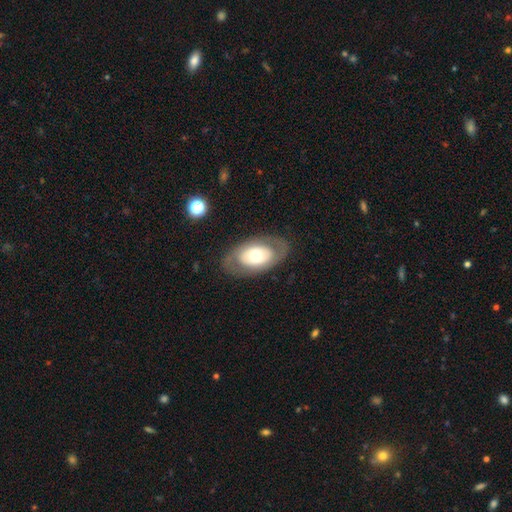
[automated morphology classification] A featured or disk galaxy (50%). Merging: none (80%).